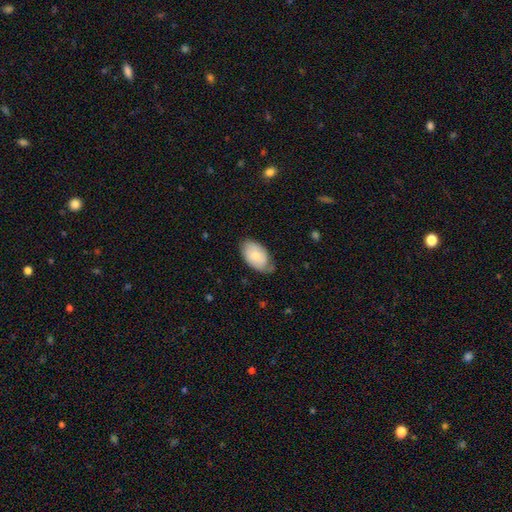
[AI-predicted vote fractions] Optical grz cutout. It shows a smooth galaxy with no disk features (75%) that is in between round and cigar-shaped (93%). Merging: none (62%).